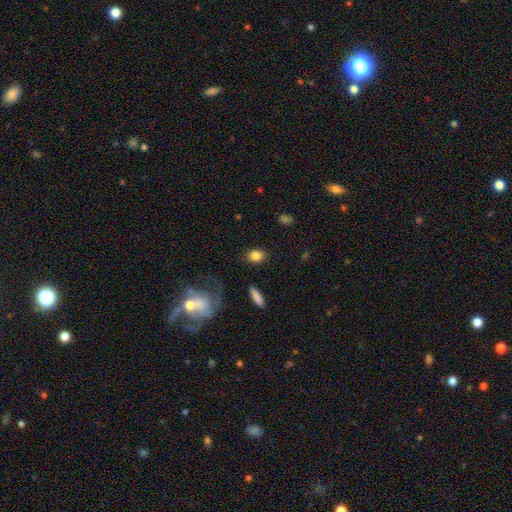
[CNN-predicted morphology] This is clearly a smooth galaxy (84%). How rounded: possibly in between (57%). Merging: clearly none (85%).